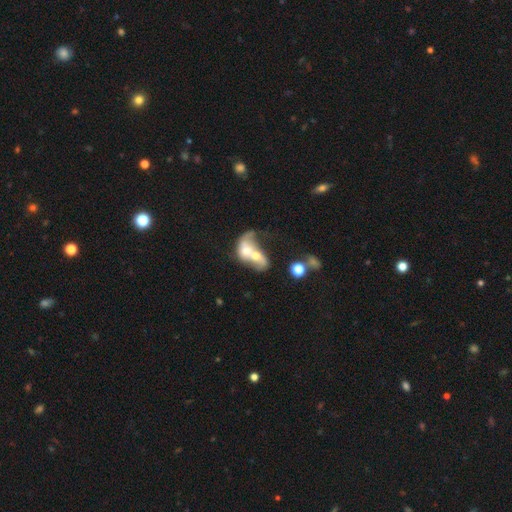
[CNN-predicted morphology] This is possibly a featured or disk galaxy (50%). It is clearly not viewed edge-on (96%). Merging: likely merger (80%).